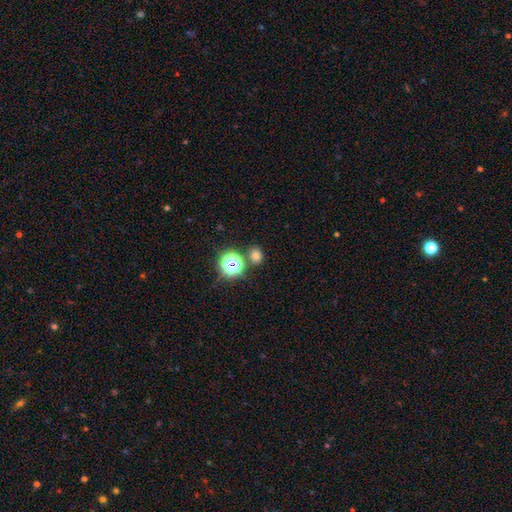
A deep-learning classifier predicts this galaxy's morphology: This is likely a smooth galaxy (68%). How rounded: likely round (63%). Merging: likely none (78%).